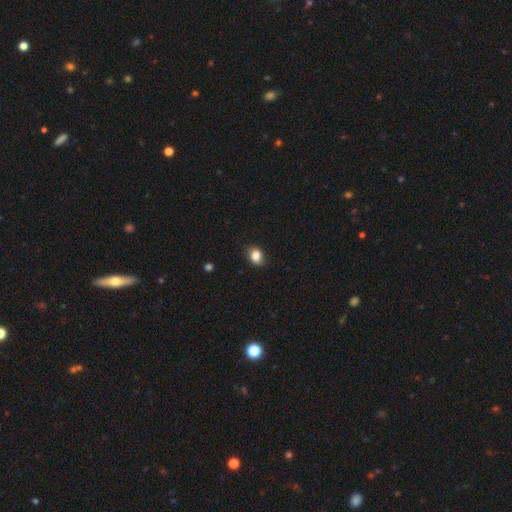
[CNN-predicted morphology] Smooth or featured? Predicted: smooth (p=0.85). How rounded? Predicted: in between (p=0.59). Merging? Predicted: none (p=0.83).